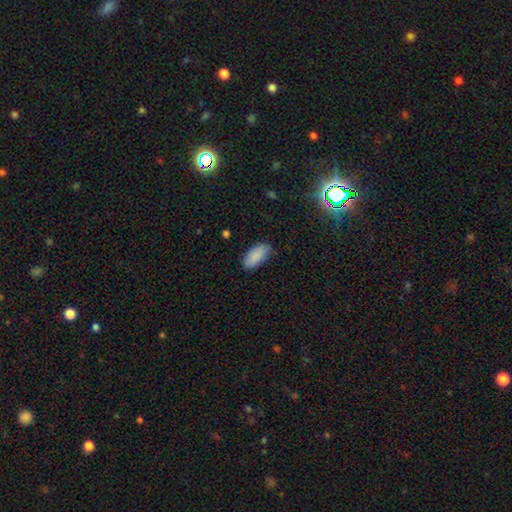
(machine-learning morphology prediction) Smooth or featured?
  - smooth: 89% *
  - star or artifact: 6%
  - featured or disk: 5%
How rounded?
  - in between: 92% *
  - cigar-shaped: 6%
  - round: 2%
Merging?
  - none: 79% *
  - minor disturbance: 16%
  - major disturbance: 3%
  - merger: 1%